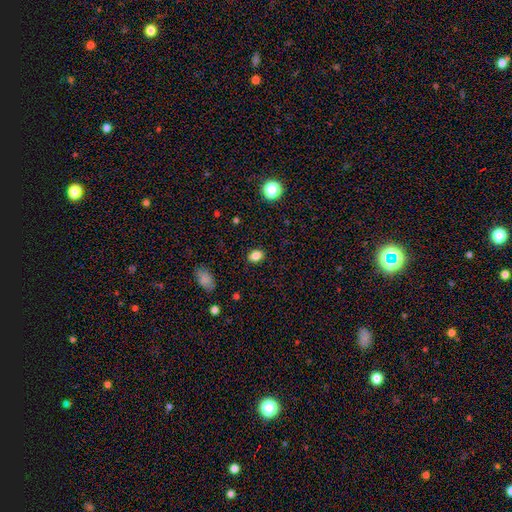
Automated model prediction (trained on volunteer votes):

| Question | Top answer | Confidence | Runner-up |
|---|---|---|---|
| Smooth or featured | smooth | 83% | star or artifact (12%) |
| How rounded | in between | 73% | round (25%) |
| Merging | none | 87% | minor disturbance (9%) |